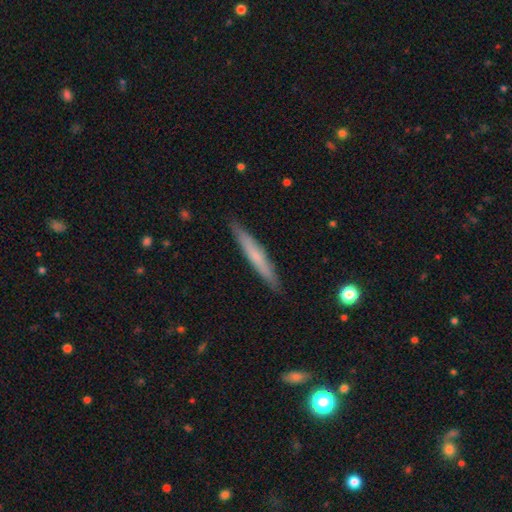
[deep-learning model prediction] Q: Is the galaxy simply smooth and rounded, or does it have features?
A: smooth — 58%.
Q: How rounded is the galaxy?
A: cigar-shaped — 95%.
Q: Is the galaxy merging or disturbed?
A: none — 90%.